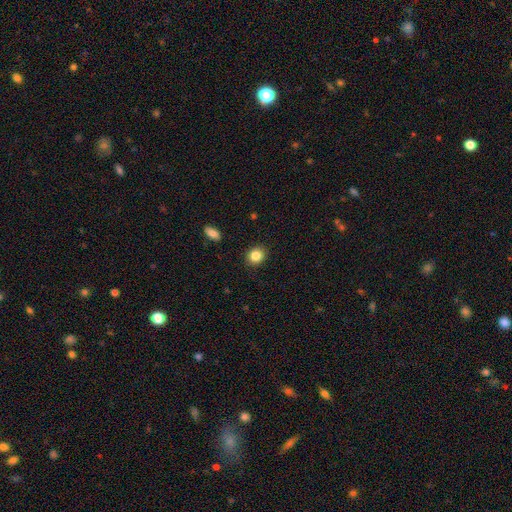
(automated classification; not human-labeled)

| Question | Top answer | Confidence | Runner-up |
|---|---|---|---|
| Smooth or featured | smooth | 85% | star or artifact (10%) |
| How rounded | round | 73% | in between (26%) |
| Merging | none | 90% | minor disturbance (7%) |